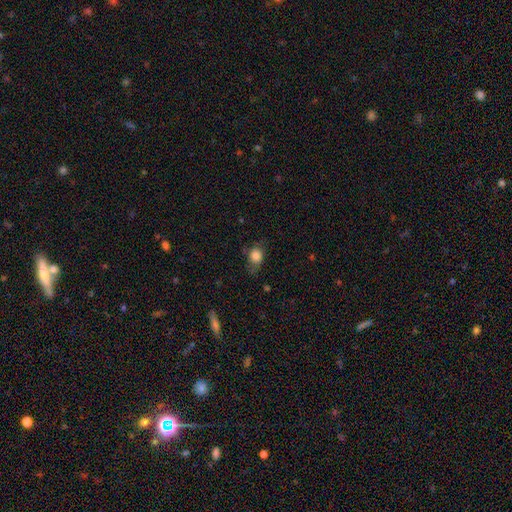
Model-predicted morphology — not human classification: A smooth galaxy with no disk features (82%) that is in between round and cigar-shaped (51%).

Vote fractions:
- Smooth or featured? smooth: 82% / featured or disk: 10% / star or artifact: 9%
- How rounded? in between: 51% / round: 47% / cigar-shaped: 2%
- Merging? none: 56% / minor disturbance: 29% / major disturbance: 13% / merger: 2%